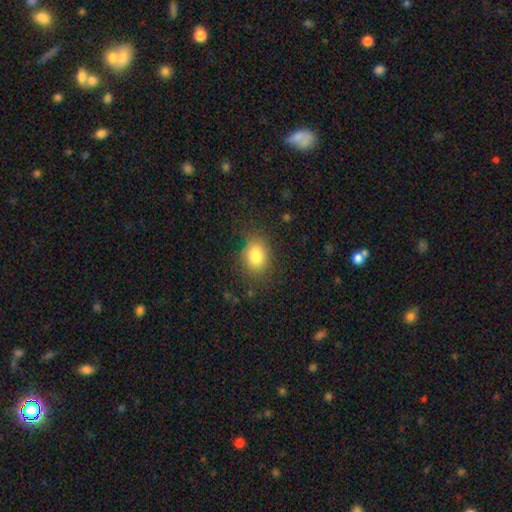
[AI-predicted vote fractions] smooth-or-featured: smooth: 82% | star or artifact: 10% | featured or disk: 8%
  how-rounded: in between: 57% | round: 42% | cigar-shaped: 1%
  merging: none: 77% | minor disturbance: 16% | major disturbance: 6% | merger: 1%